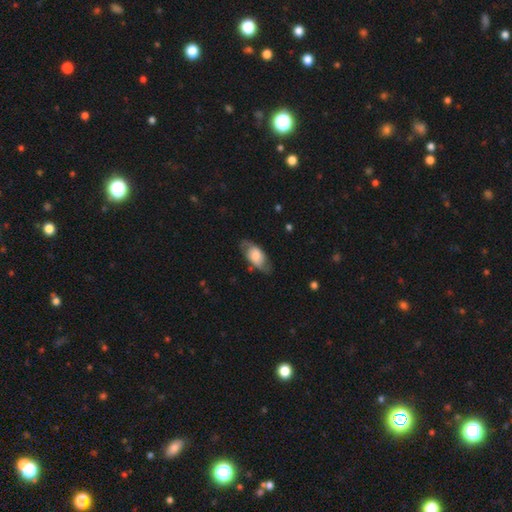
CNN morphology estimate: Smooth or featured? smooth (56%)
How rounded? in between (89%)
Merging? none (70%)